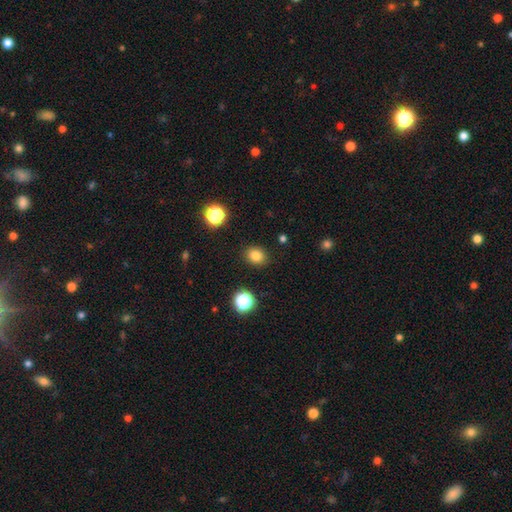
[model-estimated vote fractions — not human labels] smooth 81%, star or artifact 14%, featured or disk 5%. Down the decision tree: how rounded — round (67%); merging — none (88%).